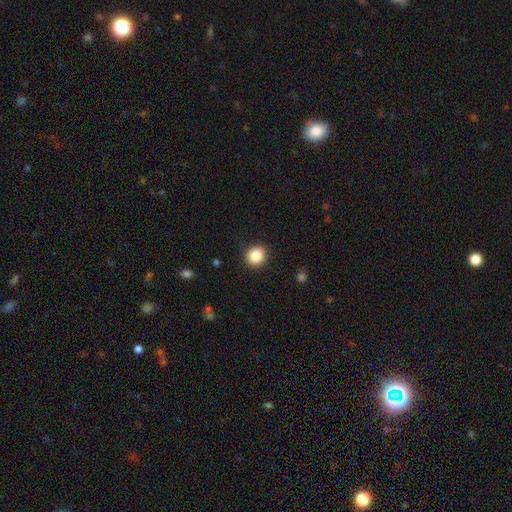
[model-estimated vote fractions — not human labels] The model was most divided on "smooth or featured": smooth: 86%, star or artifact: 10%, featured or disk: 5%. More confident: how rounded — round (91%); merging — none (91%).